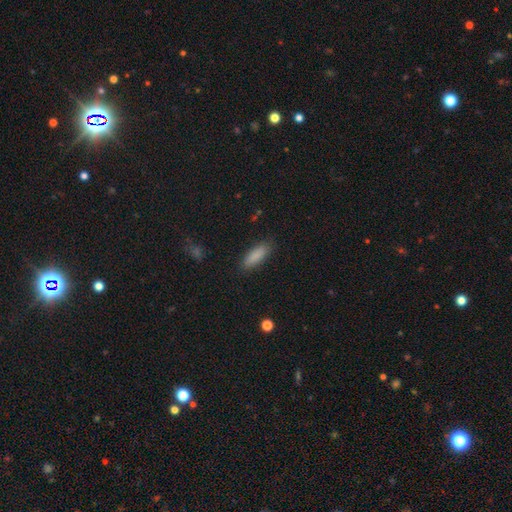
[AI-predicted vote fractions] Smooth or featured? smooth (88%)
How rounded? in between (62%)
Merging? none (86%)